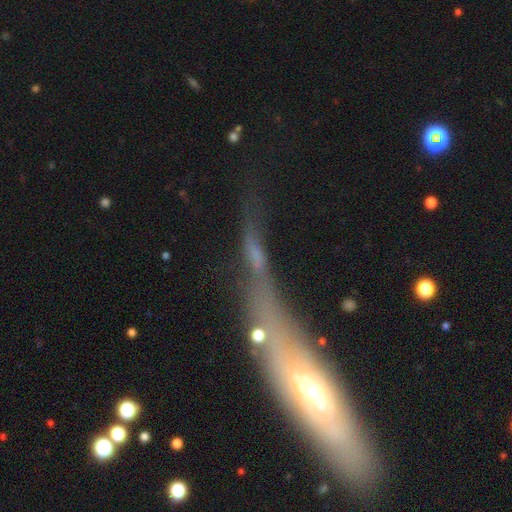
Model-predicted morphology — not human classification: smooth_or_featured: featured or disk (p=0.42) [alt: smooth p=0.34]
merging: none (p=0.44) [alt: major disturbance p=0.20]